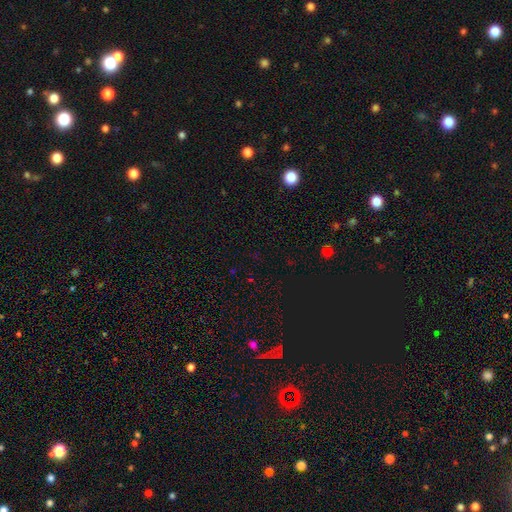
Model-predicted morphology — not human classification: Smooth or featured: star or artifact — 70% (smooth — 23%)